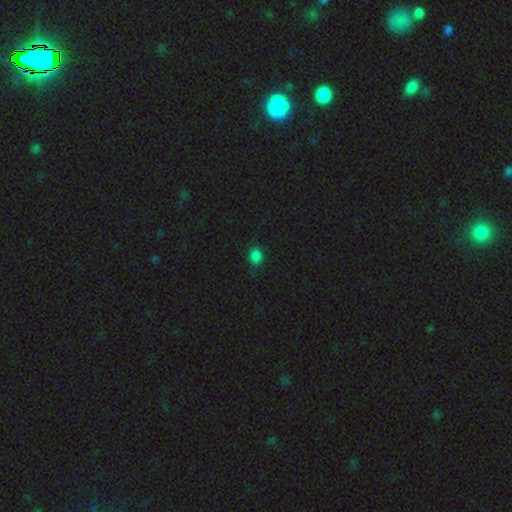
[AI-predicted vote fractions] This is likely a smooth galaxy (78%). How rounded: possibly round (58%). Merging: likely none (80%).